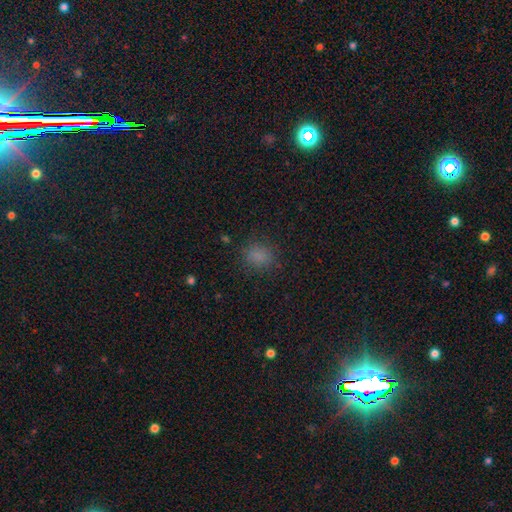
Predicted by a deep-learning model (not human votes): smooth-or-featured: smooth: 80% | star or artifact: 16% | featured or disk: 4%
  how-rounded: round: 65% | in between: 33% | cigar-shaped: 1%
  merging: none: 83% | minor disturbance: 11% | major disturbance: 4% | merger: 1%